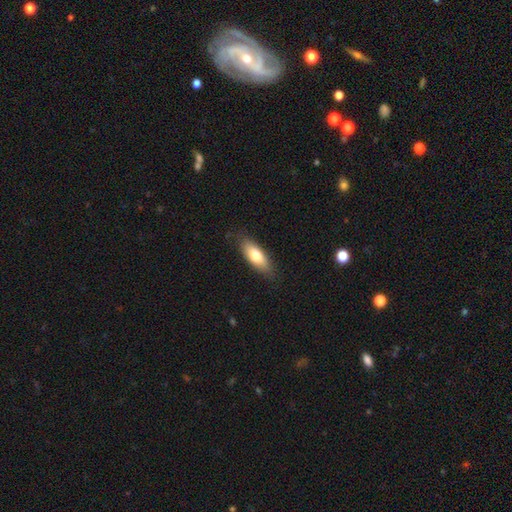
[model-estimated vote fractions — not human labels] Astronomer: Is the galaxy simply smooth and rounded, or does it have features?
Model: smooth — 73%.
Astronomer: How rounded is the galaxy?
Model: in between — 73%.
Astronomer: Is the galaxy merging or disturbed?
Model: none — 82%.